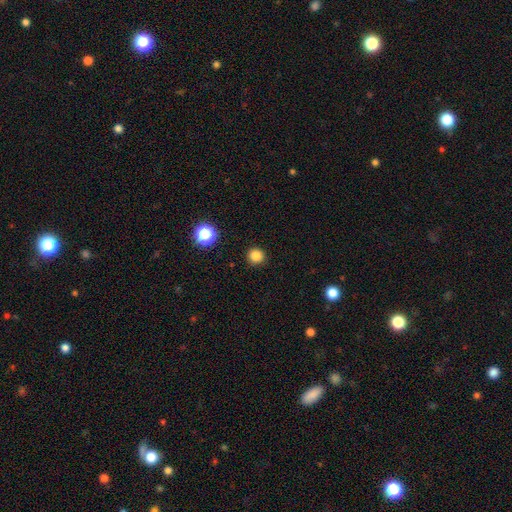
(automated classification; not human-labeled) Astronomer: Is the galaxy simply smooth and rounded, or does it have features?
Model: smooth — 84%.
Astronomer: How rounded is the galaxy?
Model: round — 94%.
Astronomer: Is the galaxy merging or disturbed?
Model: none — 91%.